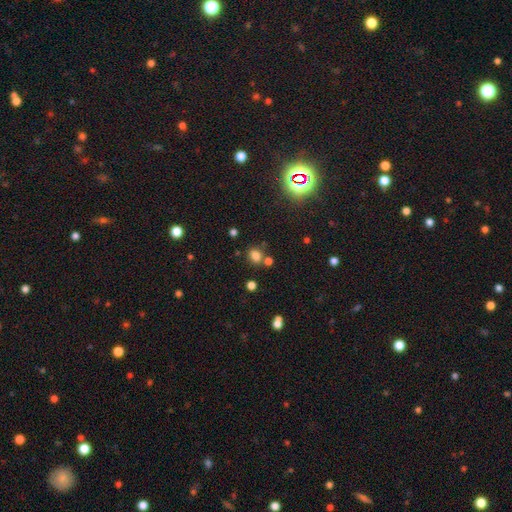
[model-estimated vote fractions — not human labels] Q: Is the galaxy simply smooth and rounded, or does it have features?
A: smooth — 75%.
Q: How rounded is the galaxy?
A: round — 55%.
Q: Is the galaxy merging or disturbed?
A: none — 70%.